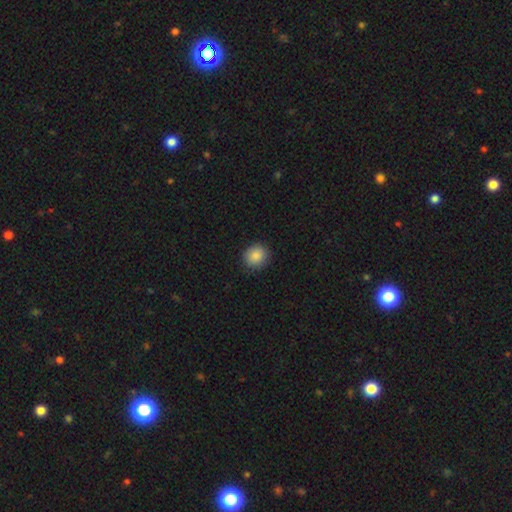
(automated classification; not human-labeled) Smooth or featured?
  - smooth: 88% *
  - star or artifact: 8%
  - featured or disk: 4%
How rounded?
  - round: 86% *
  - in between: 13%
  - cigar-shaped: 1%
Merging?
  - none: 89% *
  - minor disturbance: 8%
  - major disturbance: 2%
  - merger: 1%